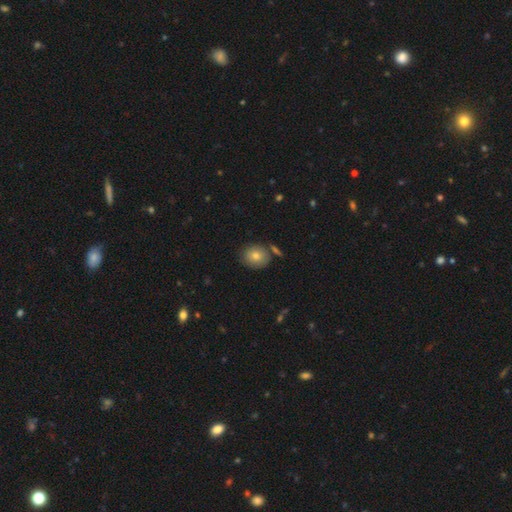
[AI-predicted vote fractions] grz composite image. It shows a smooth galaxy with no disk features (77%) that is round (61%). Merging: none (78%).